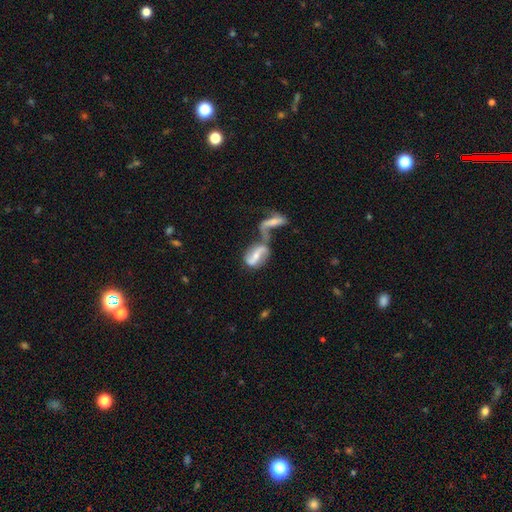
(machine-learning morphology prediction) The model was most divided on "bulge size": small: 44%, moderate: 40%, none: 11%, large: 4%, dominant: 2%. Remaining: edge-on disk — no (93%); spiral arms — yes (77%); smooth or featured — featured or disk (69%); merging — merger (66%); bar — strong (41%).